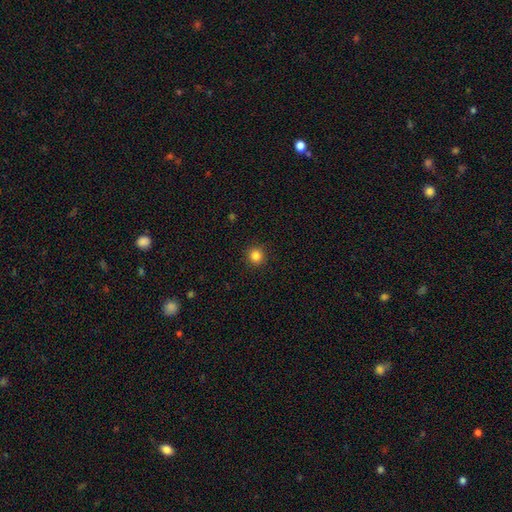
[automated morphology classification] A smooth galaxy with no disk features (84%) that is round (95%). Merging: none (92%).